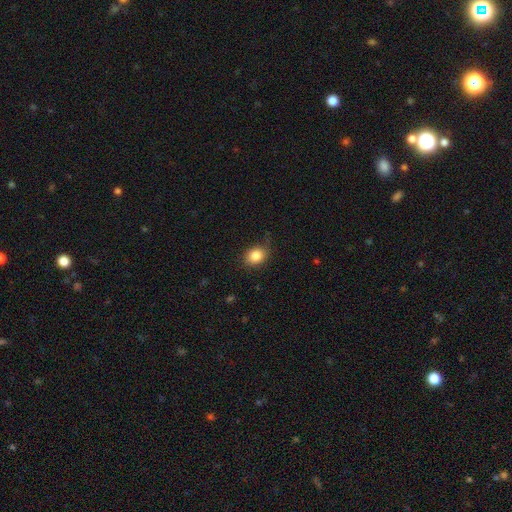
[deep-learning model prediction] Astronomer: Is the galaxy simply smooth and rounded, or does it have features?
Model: smooth — 84%.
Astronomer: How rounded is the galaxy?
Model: round — 51% (runner-up: in between, 48%).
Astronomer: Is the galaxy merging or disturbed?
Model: none — 75%.